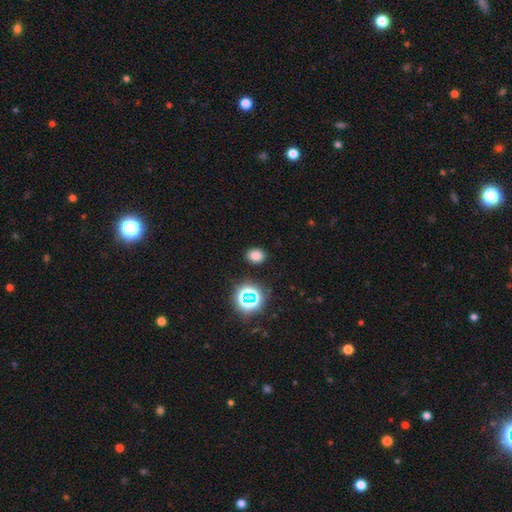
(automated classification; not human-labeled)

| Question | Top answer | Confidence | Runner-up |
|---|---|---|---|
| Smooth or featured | smooth | 76% | star or artifact (19%) |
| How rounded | in between | 54% | round (45%) |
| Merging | none | 88% | minor disturbance (8%) |